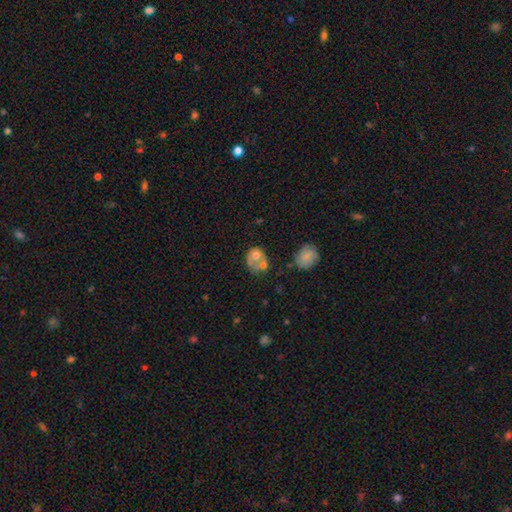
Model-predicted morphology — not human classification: smooth_or_featured: smooth (p=0.58) [alt: featured or disk p=0.33]
how_rounded: round (p=0.60) [alt: in between p=0.39]
merging: merger (p=0.42) [alt: none p=0.26]